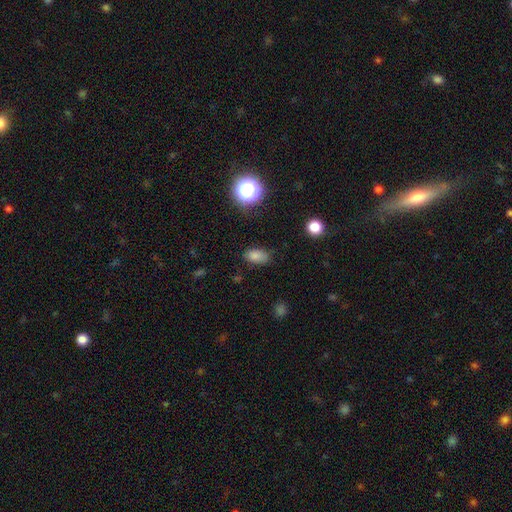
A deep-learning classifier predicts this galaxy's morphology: smooth 80%, star or artifact 14%, featured or disk 6%. Down the decision tree: how rounded — in between (88%); merging — none (78%).